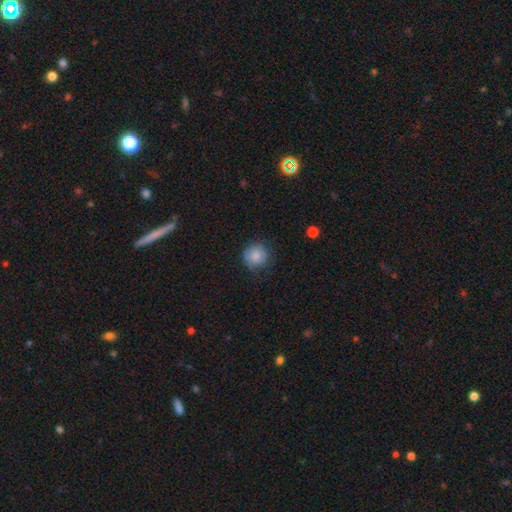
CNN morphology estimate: Smooth or featured?
  - smooth: 81% *
  - featured or disk: 11%
  - star or artifact: 8%
How rounded?
  - round: 90% *
  - in between: 9%
  - cigar-shaped: 1%
Merging?
  - none: 74% *
  - minor disturbance: 19%
  - major disturbance: 6%
  - merger: 1%